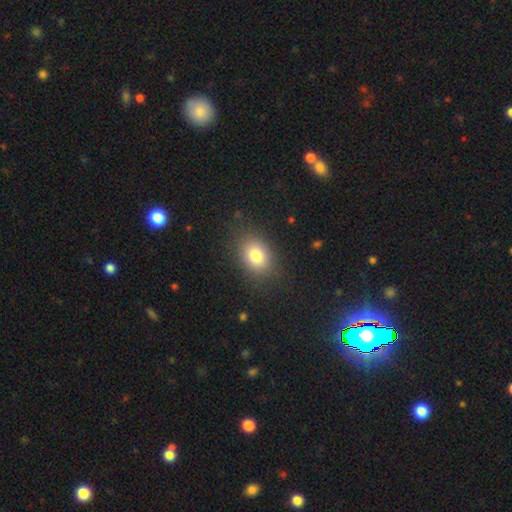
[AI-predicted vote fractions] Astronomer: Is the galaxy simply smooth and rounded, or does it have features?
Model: smooth — 79%.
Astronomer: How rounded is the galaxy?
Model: in between — 63%.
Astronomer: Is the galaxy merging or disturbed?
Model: none — 84%.